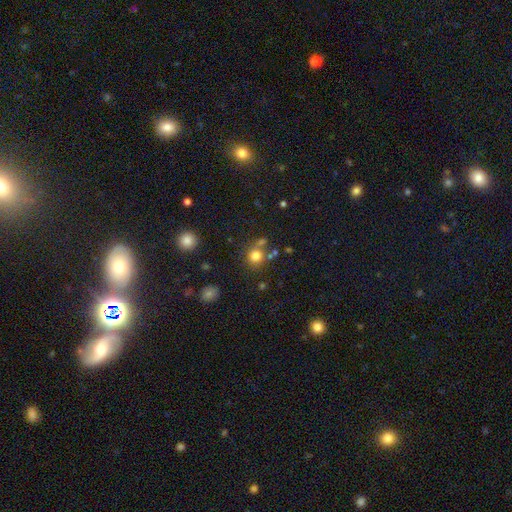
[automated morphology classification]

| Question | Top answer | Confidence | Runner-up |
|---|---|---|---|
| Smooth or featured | smooth | 79% | star or artifact (13%) |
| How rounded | round | 88% | in between (11%) |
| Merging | none | 67% | merger (17%) |